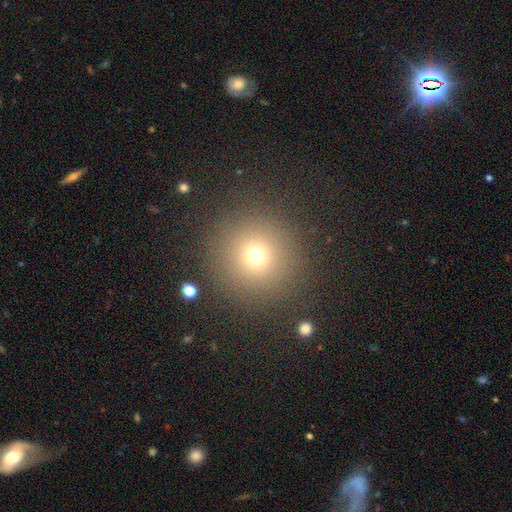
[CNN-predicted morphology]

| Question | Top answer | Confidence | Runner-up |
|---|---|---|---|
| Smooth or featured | smooth | 71% | star or artifact (20%) |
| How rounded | round | 96% | in between (4%) |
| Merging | none | 89% | minor disturbance (6%) |